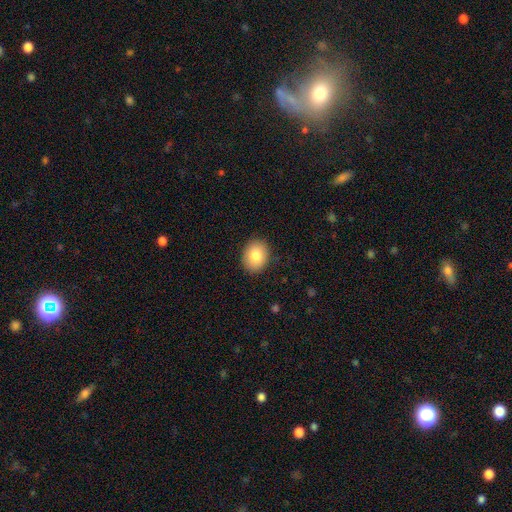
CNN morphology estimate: Smooth or featured? smooth (84%)
How rounded? in between (58%)
Merging? none (88%)